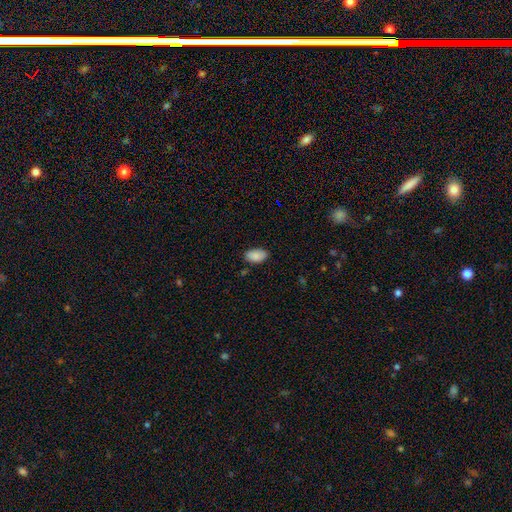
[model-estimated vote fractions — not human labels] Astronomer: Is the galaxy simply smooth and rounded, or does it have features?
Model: smooth — 88%.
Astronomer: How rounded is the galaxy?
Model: in between — 94%.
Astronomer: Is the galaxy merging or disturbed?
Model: none — 77%.